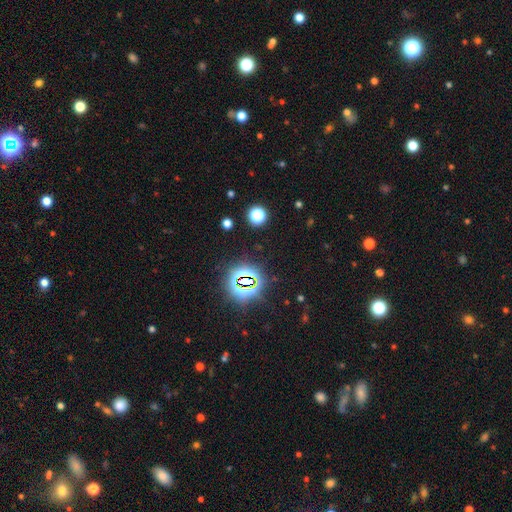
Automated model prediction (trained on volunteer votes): Morphology: type=star or artifact (81%).